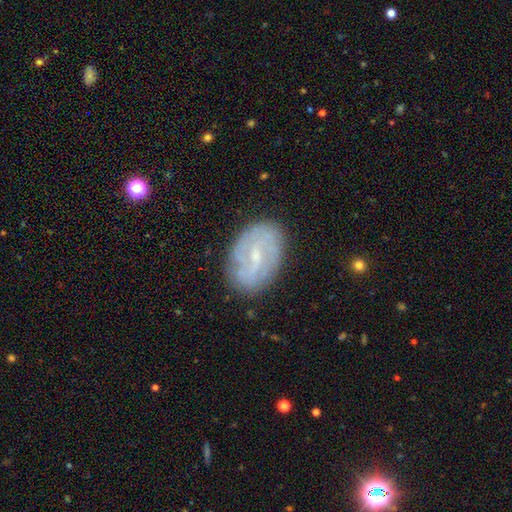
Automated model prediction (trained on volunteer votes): Overall: featured or disk (72%). Edge-on disk: no (96%). Bar: weak (55%; no 23%). Spiral arms: yes (84%). Spiral arm count: 2 (55%; can't tell 28%). Spiral winding: tight (40%; medium 38%). Bulge size: small (70%). Merging: none (80%).